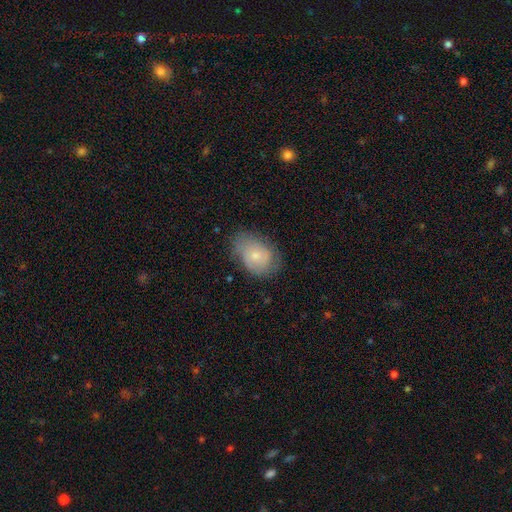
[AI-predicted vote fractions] Smooth or featured?
  - smooth: 62% *
  - featured or disk: 31%
  - star or artifact: 8%
How rounded?
  - in between: 79% *
  - round: 20%
  - cigar-shaped: 1%
Merging?
  - none: 61% *
  - minor disturbance: 28%
  - major disturbance: 9%
  - merger: 1%